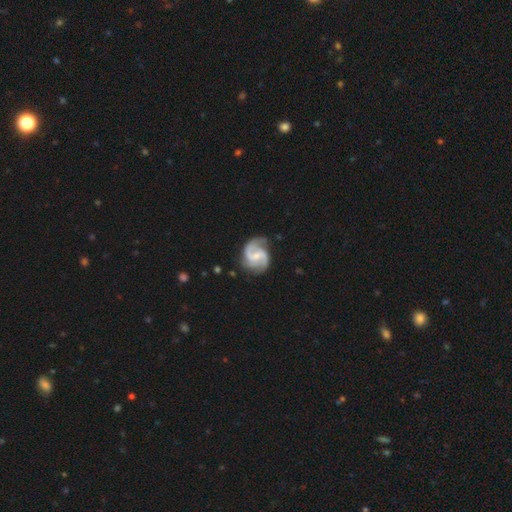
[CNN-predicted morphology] This is clearly a featured or disk galaxy (89%). It is clearly not viewed edge-on (98%). Bar: possibly weak (53%). Spiral arm pattern: clearly yes (98%). Spiral arm count: clearly 2 (85%). Spiral winding: possibly medium (55%). Central bulge: possibly small (54%). Merging: likely none (74%).